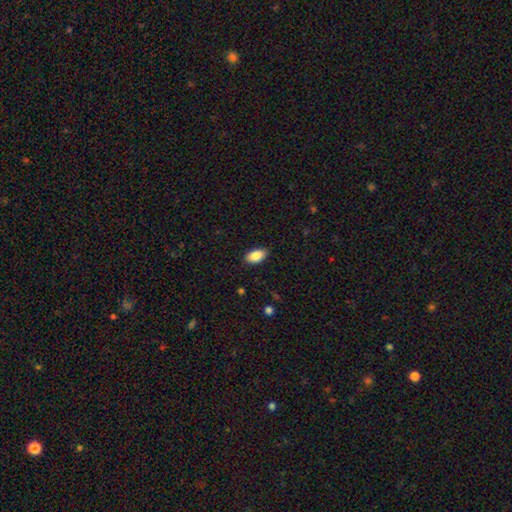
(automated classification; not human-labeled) Q: Smooth or featured?
A: smooth (88%); runner-up: star or artifact (7%)
Q: How rounded?
A: in between (93%); runner-up: round (4%)
Q: Merging?
A: none (87%); runner-up: minor disturbance (10%)